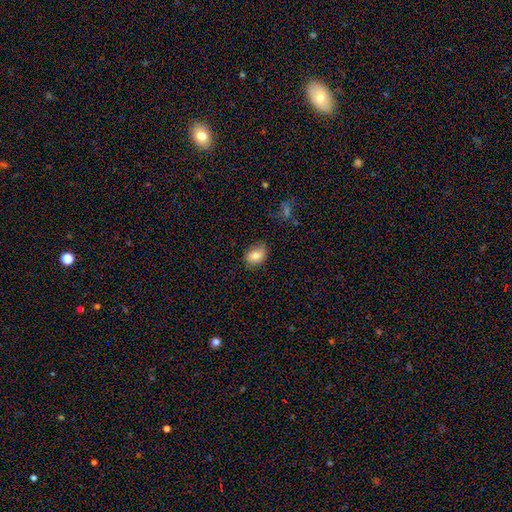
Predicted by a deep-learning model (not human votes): Overall: smooth (82%). How rounded: in between (71%). Merging: none (78%).